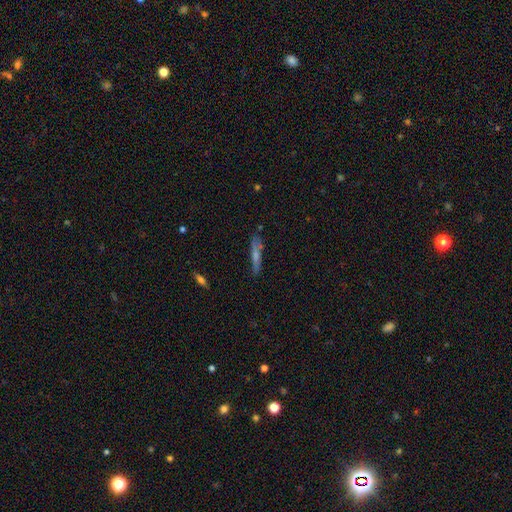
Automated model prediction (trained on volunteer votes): This appears to be a featured or disk galaxy (45%, tied with smooth). Merging: none (78%).